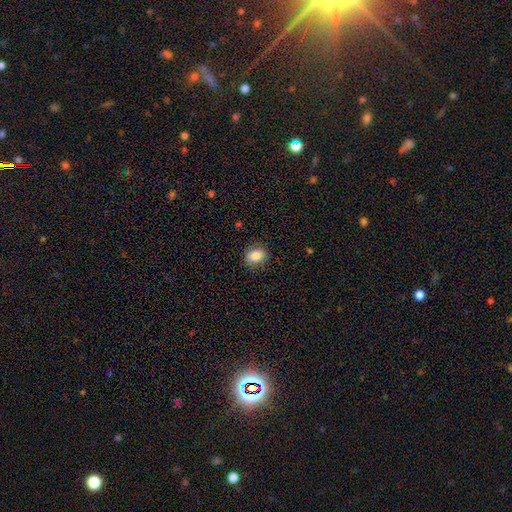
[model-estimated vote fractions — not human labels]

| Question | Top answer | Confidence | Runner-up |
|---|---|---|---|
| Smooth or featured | smooth | 84% | star or artifact (9%) |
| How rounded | round | 51% | in between (48%) |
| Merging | none | 83% | minor disturbance (12%) |